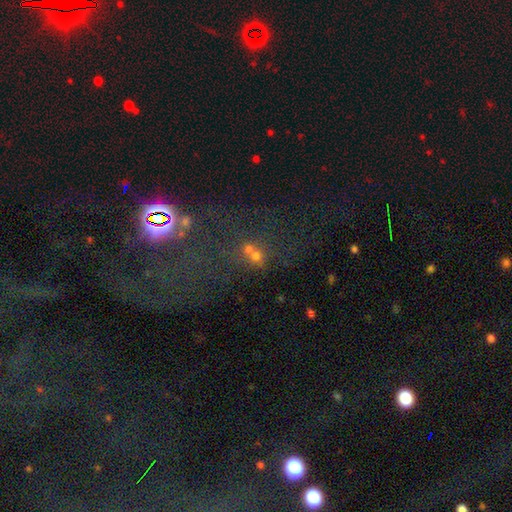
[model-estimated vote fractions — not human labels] This appears to be a smooth galaxy with no disk features (57%) that is round (78%). Merging: merger (46%).